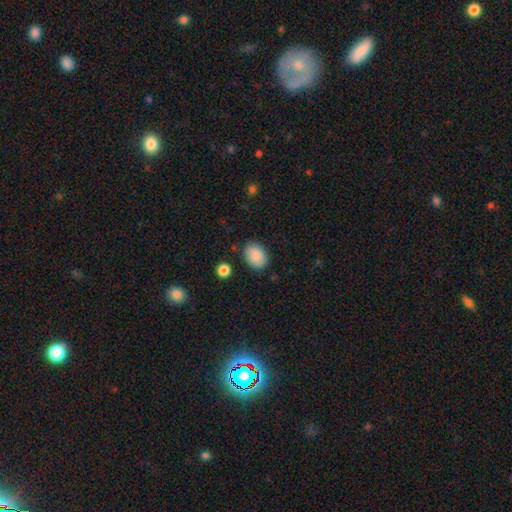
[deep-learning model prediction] Smooth or featured?
  - smooth: 88% *
  - star or artifact: 7%
  - featured or disk: 5%
How rounded?
  - in between: 78% *
  - round: 21%
  - cigar-shaped: 1%
Merging?
  - none: 84% *
  - minor disturbance: 11%
  - major disturbance: 3%
  - merger: 2%